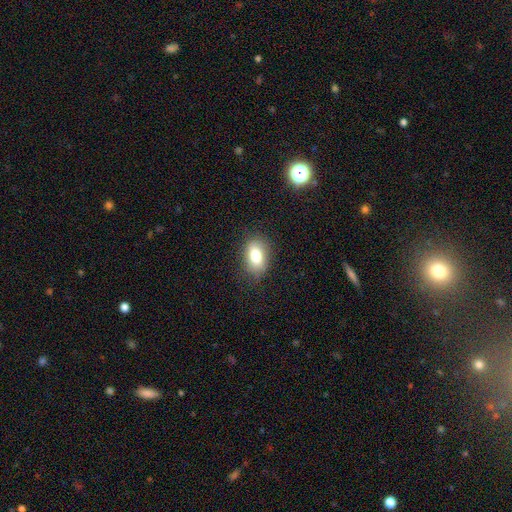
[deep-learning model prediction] Morphology: type=smooth (77%); roundness=in between (83%); merging=none (82%).